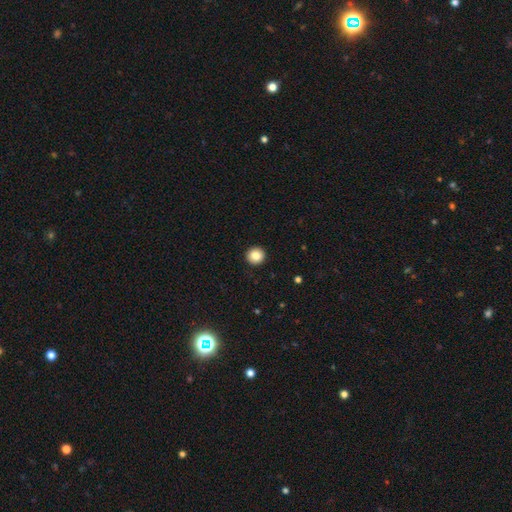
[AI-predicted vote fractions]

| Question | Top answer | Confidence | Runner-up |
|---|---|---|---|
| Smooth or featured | smooth | 85% | star or artifact (10%) |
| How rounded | round | 95% | in between (4%) |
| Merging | none | 93% | minor disturbance (4%) |